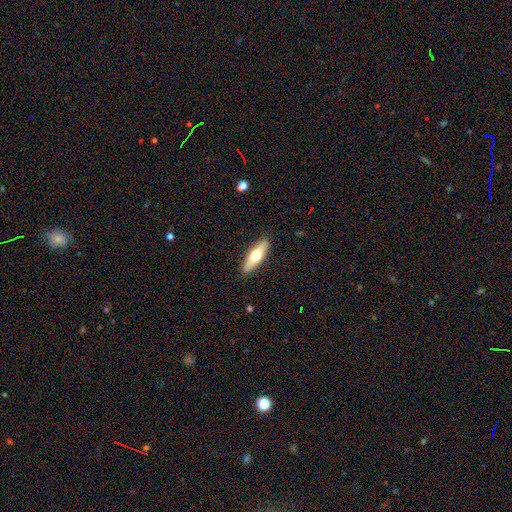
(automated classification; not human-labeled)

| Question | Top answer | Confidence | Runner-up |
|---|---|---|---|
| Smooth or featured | smooth | 52% | featured or disk (42%) |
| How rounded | cigar-shaped | 52% | in between (45%) |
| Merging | none | 89% | minor disturbance (8%) |